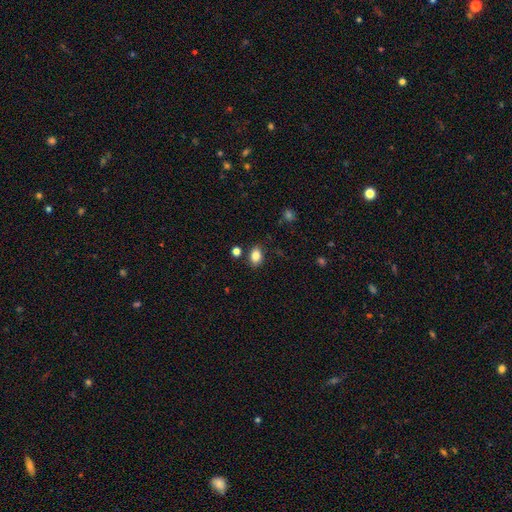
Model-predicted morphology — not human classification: The model was most divided on "how rounded": in between: 77%, round: 21%, cigar-shaped: 1%. More confident: smooth or featured — smooth (84%); merging — none (82%).